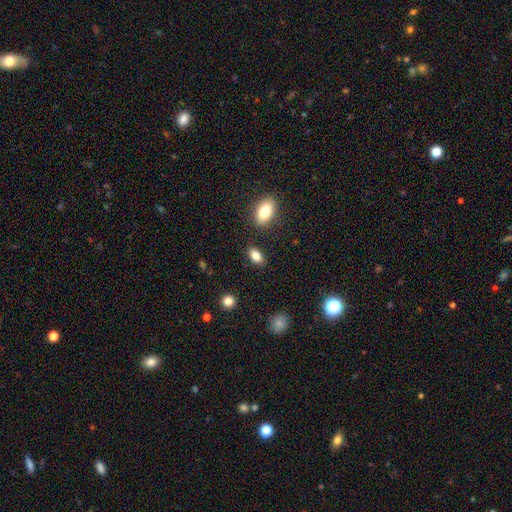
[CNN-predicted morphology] Smooth or featured: smooth — 85% (star or artifact — 8%)
How rounded: in between — 90% (round — 5%)
Merging: none — 85% (minor disturbance — 9%)